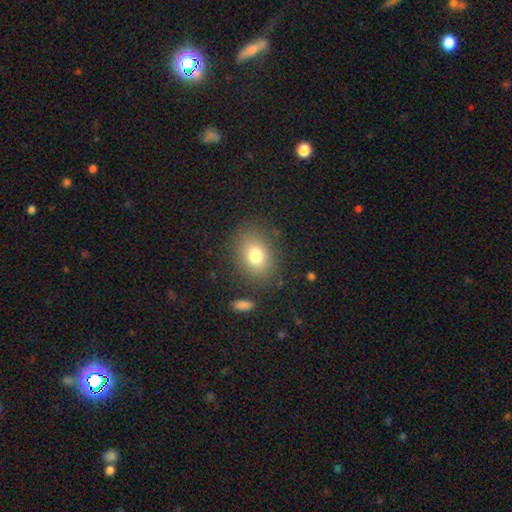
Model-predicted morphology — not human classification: A smooth galaxy with no disk features (78%) that is in between round and cigar-shaped (60%).

Vote fractions:
- Smooth or featured? smooth: 78% / star or artifact: 11% / featured or disk: 11%
- How rounded? in between: 60% / round: 39% / cigar-shaped: 1%
- Merging? none: 82% / minor disturbance: 11% / major disturbance: 5% / merger: 2%